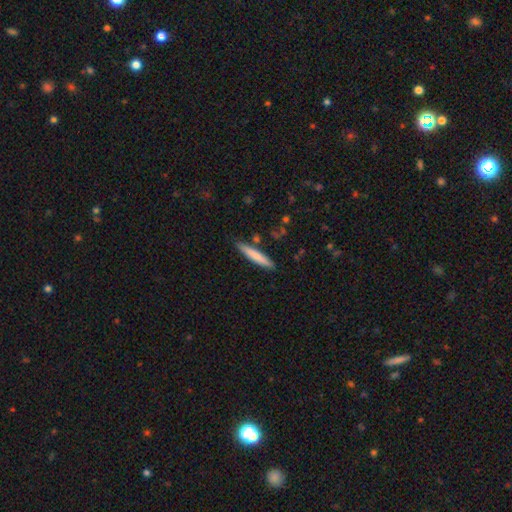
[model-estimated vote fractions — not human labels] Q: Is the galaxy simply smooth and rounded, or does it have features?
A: smooth — 75%.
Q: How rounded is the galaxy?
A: cigar-shaped — 92%.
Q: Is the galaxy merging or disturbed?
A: none — 86%.